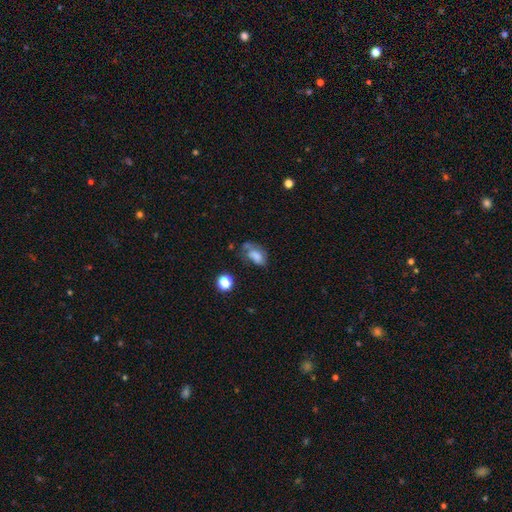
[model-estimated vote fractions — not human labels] Smooth or featured? Predicted: smooth (p=0.66). How rounded? Predicted: in between (p=0.86). Merging? Predicted: none (p=0.36).